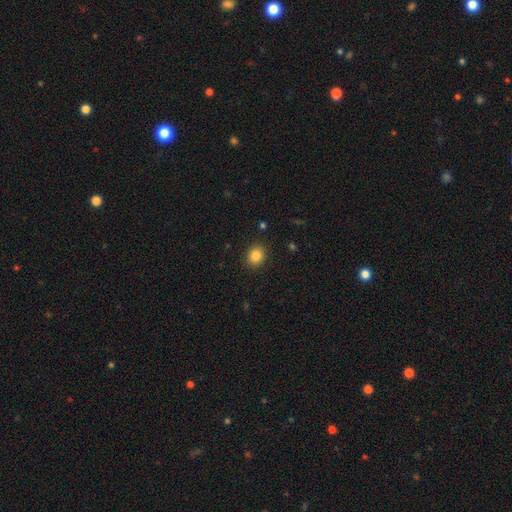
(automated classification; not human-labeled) Smooth or featured? Predicted: smooth (p=0.84). How rounded? Predicted: round (p=0.66). Merging? Predicted: none (p=0.89).